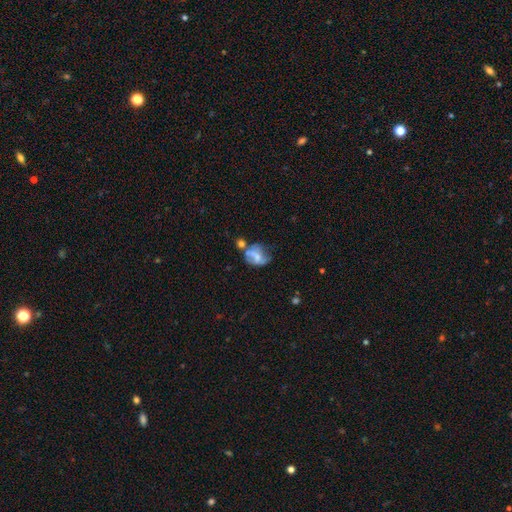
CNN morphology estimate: Smooth or featured? Predicted: smooth (p=0.45, tied with featured or disk). Merging? Predicted: none (p=0.28).